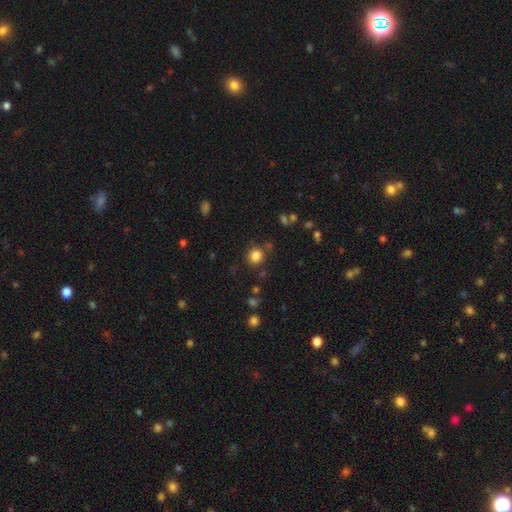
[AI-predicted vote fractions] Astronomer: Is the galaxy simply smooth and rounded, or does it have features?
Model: smooth — 83%.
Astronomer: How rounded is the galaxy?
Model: round — 86%.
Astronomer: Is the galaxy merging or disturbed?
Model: none — 82%.